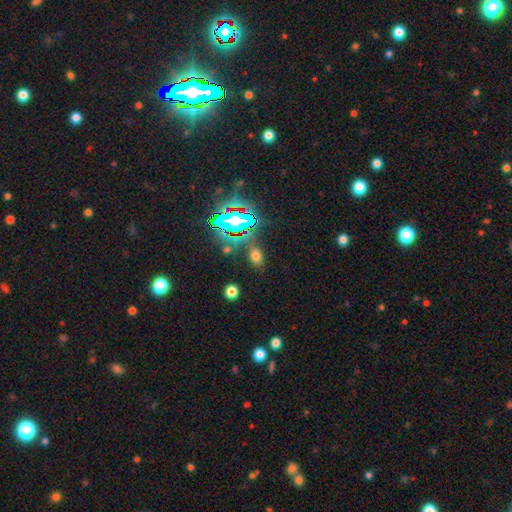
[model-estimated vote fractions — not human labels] smooth 60%, star or artifact 32%, featured or disk 9%. Down the decision tree: how rounded — in between (77%); merging — none (78%).